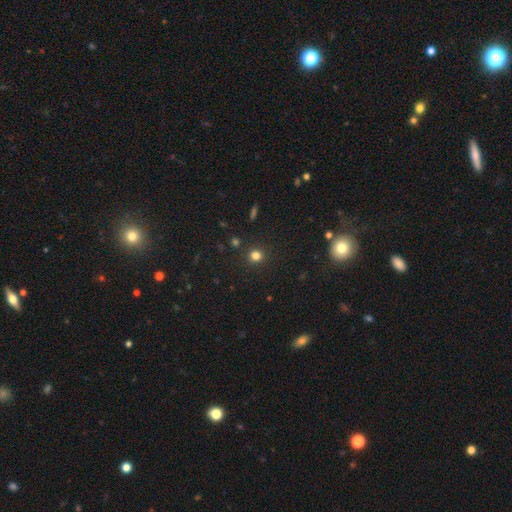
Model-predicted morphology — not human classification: Q: Smooth or featured?
A: smooth (79%); runner-up: star or artifact (16%)
Q: How rounded?
A: round (90%); runner-up: in between (9%)
Q: Merging?
A: none (89%); runner-up: minor disturbance (6%)